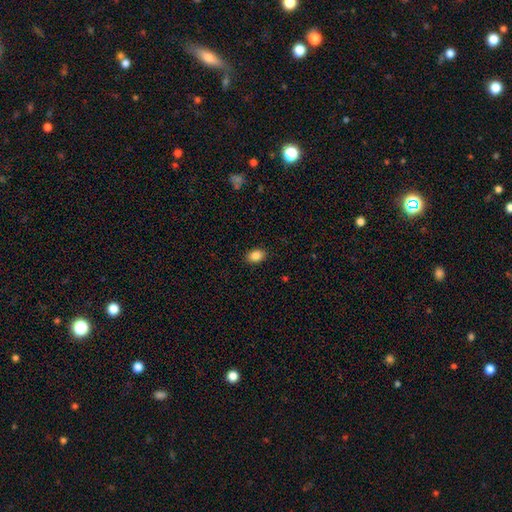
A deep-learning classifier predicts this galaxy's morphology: smooth 86%, star or artifact 9%, featured or disk 5%. Down the decision tree: how rounded — in between (79%); merging — none (89%).